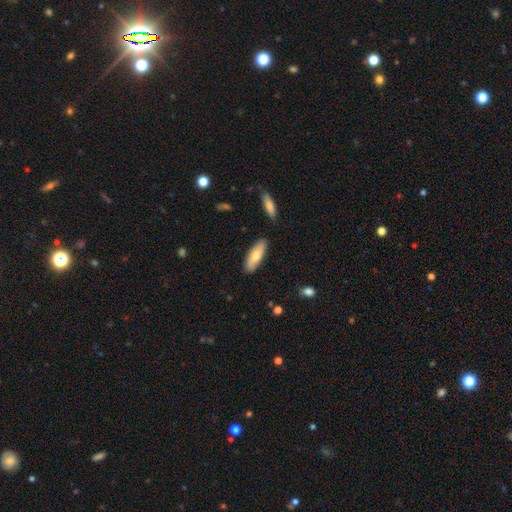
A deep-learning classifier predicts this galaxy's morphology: Smooth or featured?
  - smooth: 73% *
  - featured or disk: 21%
  - star or artifact: 6%
How rounded?
  - in between: 59% *
  - cigar-shaped: 39%
  - round: 2%
Merging?
  - none: 85% *
  - minor disturbance: 11%
  - merger: 2%
  - major disturbance: 2%